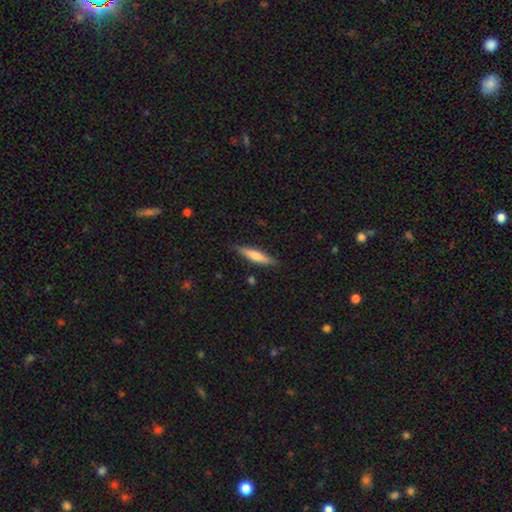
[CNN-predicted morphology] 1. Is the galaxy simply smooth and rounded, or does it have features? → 65% smooth, 29% featured or disk, 6% star or artifact.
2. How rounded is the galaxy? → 82% cigar-shaped, 16% in between, 2% round.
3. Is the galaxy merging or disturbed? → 86% none, 11% minor disturbance, 2% major disturbance, 2% merger.